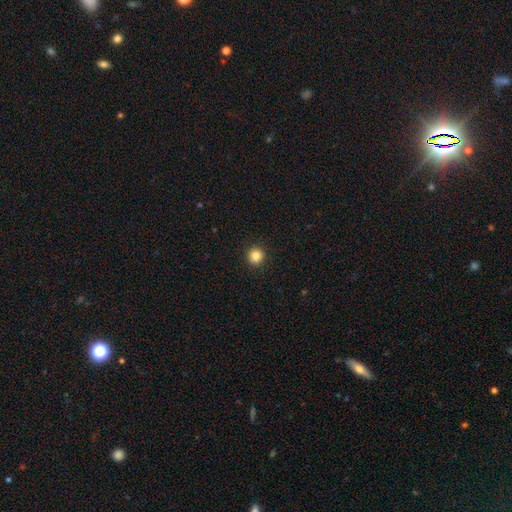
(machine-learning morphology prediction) smooth-or-featured: smooth: 85% | star or artifact: 11% | featured or disk: 4%
  how-rounded: round: 94% | in between: 5% | cigar-shaped: 1%
  merging: none: 93% | minor disturbance: 5% | major disturbance: 2% | merger: 1%